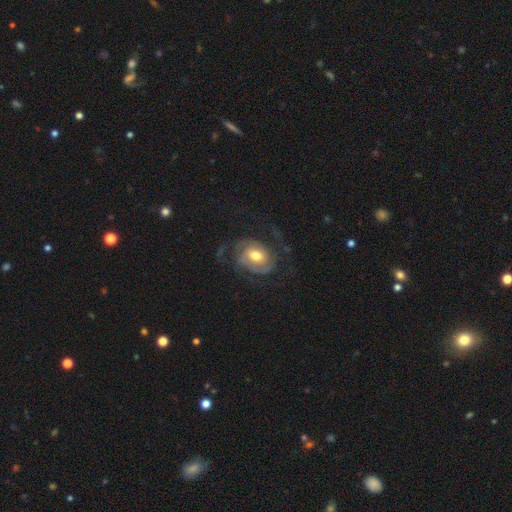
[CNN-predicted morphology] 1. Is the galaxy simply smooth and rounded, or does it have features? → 76% featured or disk, 18% smooth, 6% star or artifact.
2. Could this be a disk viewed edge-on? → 97% no, 3% yes.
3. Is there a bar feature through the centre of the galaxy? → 54% no, 36% weak, 10% strong.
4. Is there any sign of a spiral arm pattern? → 89% yes, 11% no.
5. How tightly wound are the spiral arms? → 41% medium, 36% tight, 23% loose.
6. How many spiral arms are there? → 56% 2, 18% can't tell, 12% 3, 7% 1, 4% 4, 3% more than 4.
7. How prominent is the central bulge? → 71% moderate, 15% large, 12% small, 1% dominant, 1% none.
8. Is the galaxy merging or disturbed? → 57% none, 23% major disturbance, 19% minor disturbance, 2% merger.